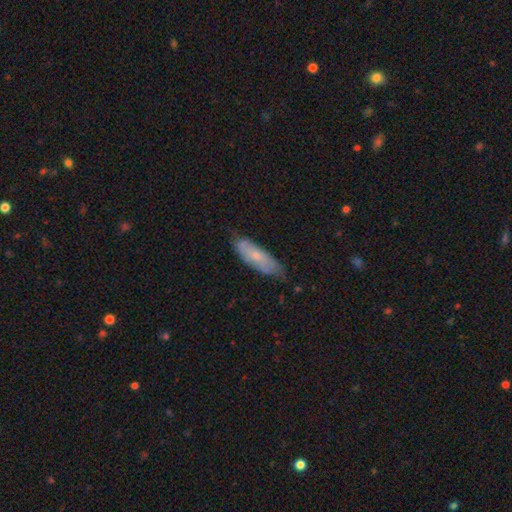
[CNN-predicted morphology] Smooth or featured? Predicted: smooth (p=0.58). How rounded? Predicted: in between (p=0.53). Merging? Predicted: none (p=0.68).